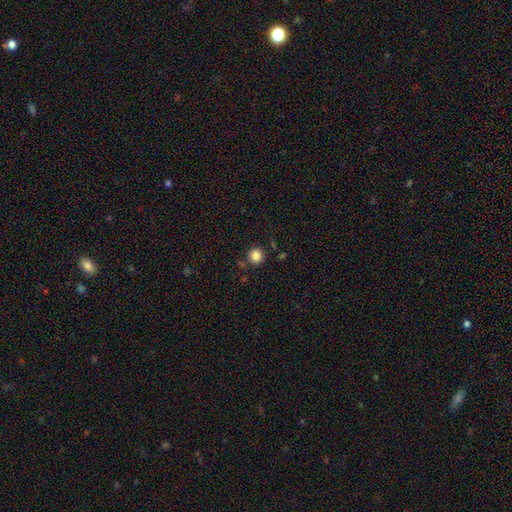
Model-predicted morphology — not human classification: A smooth galaxy with no disk features (85%) that is round (92%). Merging: none (85%).